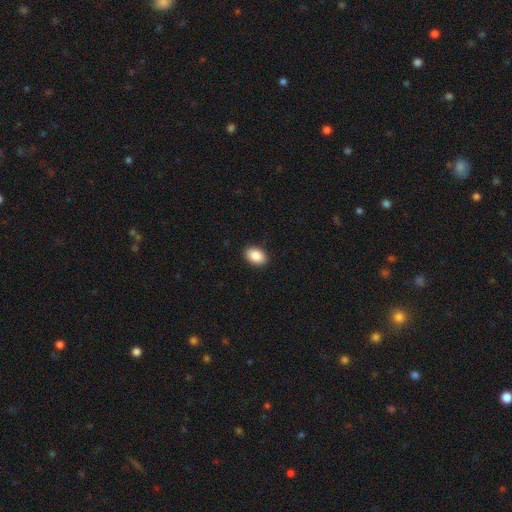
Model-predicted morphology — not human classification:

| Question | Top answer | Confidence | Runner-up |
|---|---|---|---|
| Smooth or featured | smooth | 88% | star or artifact (7%) |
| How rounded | in between | 86% | round (13%) |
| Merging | none | 91% | minor disturbance (7%) |